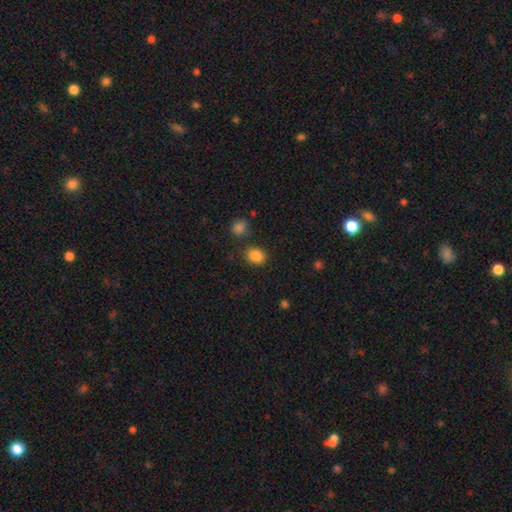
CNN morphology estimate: This is clearly a smooth galaxy (86%). How rounded: possibly round (55%). Merging: likely none (79%).